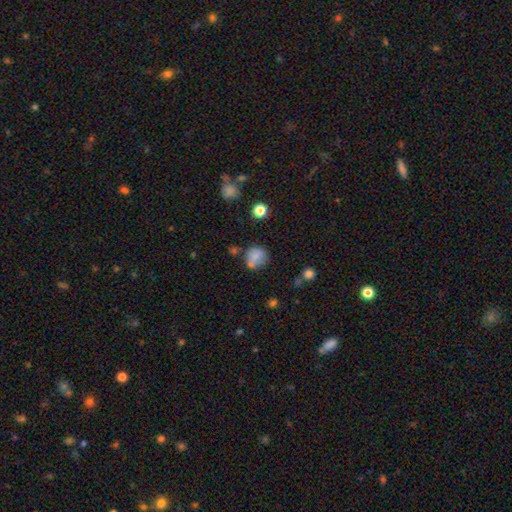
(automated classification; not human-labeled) Smooth or featured? smooth (75%)
How rounded? round (77%)
Merging? none (58%)